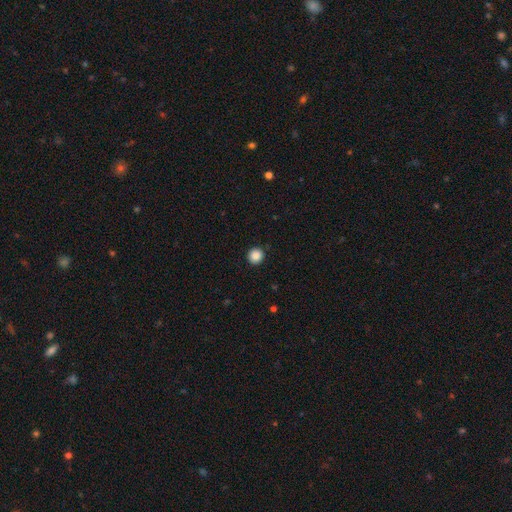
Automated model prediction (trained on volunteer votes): smooth-or-featured: smooth: 87% | star or artifact: 10% | featured or disk: 3%
  how-rounded: round: 95% | in between: 4% | cigar-shaped: 1%
  merging: none: 92% | minor disturbance: 5% | major disturbance: 2% | merger: 1%